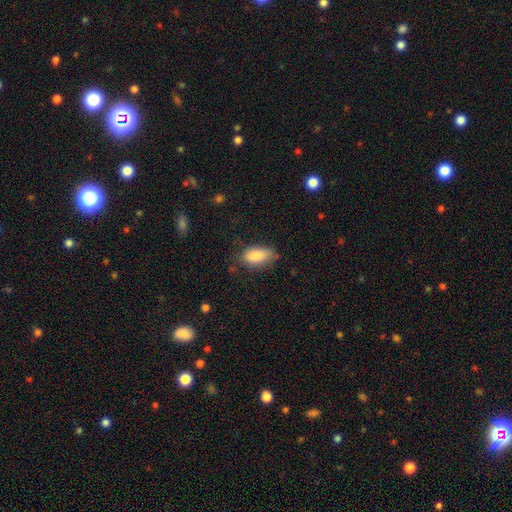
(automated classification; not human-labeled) This is clearly a smooth galaxy (85%). How rounded: clearly in between (89%). Merging: likely none (69%).